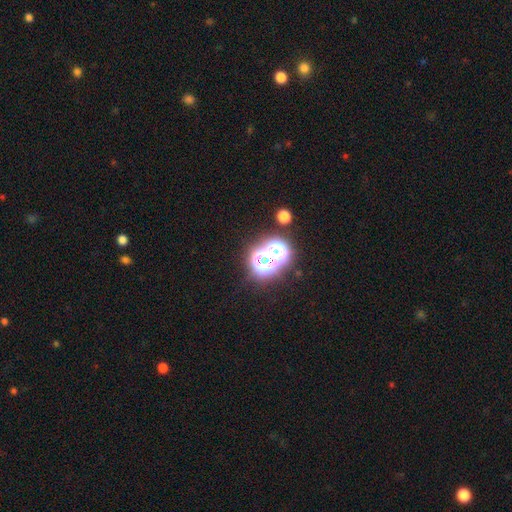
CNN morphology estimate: Overall: star or artifact (51%; featured or disk 25%).